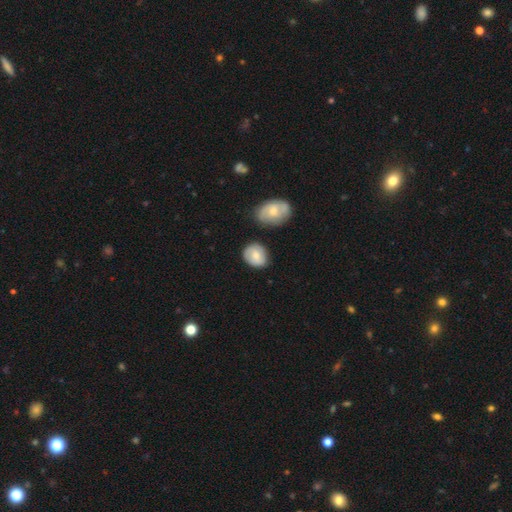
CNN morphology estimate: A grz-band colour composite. It shows a smooth galaxy with no disk features (69%) that is round (59%). Merging: none (71%).